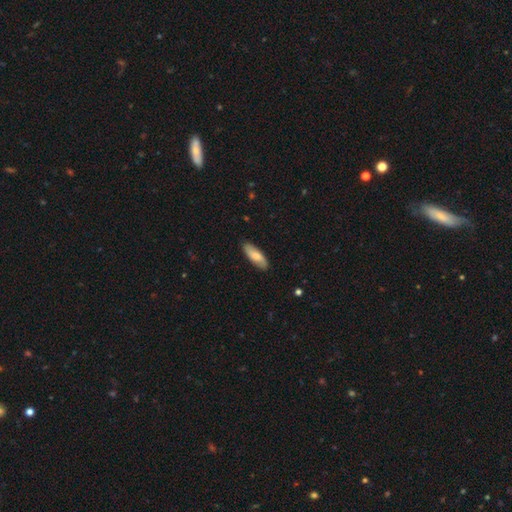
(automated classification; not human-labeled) Morphology: type=smooth (69%); roundness=in between (64%); merging=none (87%).